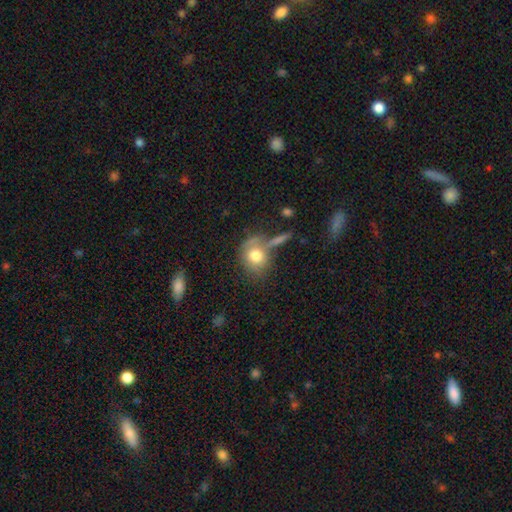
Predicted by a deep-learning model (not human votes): Smooth or featured?
  - smooth: 75% *
  - featured or disk: 16%
  - star or artifact: 9%
How rounded?
  - round: 72% *
  - in between: 26%
  - cigar-shaped: 2%
Merging?
  - none: 52% *
  - merger: 21%
  - minor disturbance: 17%
  - major disturbance: 10%